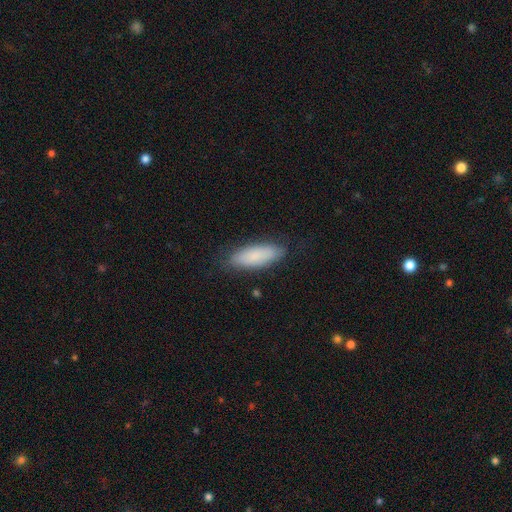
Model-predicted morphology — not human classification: type=smooth (82%); roundness=in between (64%); merging=none (82%).